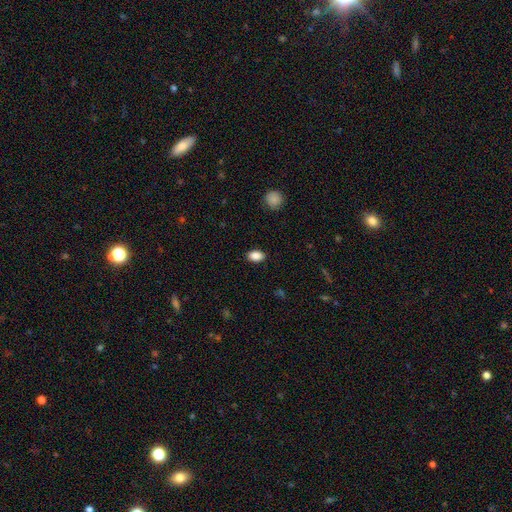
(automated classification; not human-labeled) A smooth galaxy with no disk features (87%) that is in between round and cigar-shaped (86%).

Vote fractions:
- Smooth or featured? smooth: 87% / star or artifact: 9% / featured or disk: 4%
- How rounded? in between: 86% / round: 12% / cigar-shaped: 2%
- Merging? none: 88% / minor disturbance: 9% / major disturbance: 2% / merger: 1%